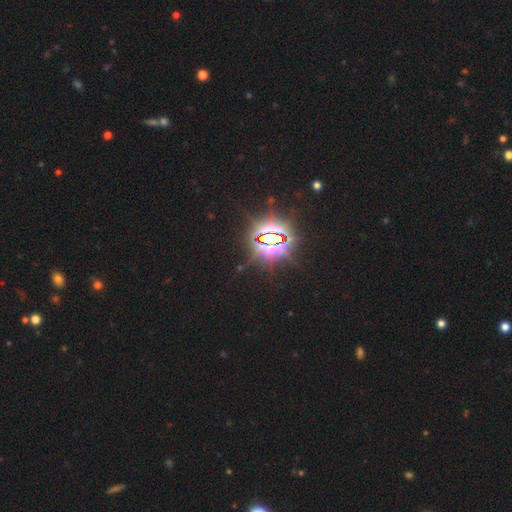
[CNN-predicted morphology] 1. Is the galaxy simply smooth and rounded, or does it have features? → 86% star or artifact, 8% smooth, 6% featured or disk.